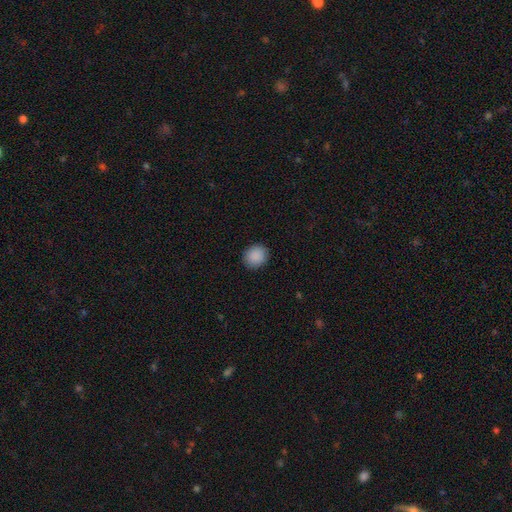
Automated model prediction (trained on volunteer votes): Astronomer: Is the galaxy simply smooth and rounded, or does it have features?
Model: smooth — 90%.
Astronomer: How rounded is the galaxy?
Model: round — 80%.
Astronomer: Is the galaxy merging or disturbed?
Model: none — 90%.